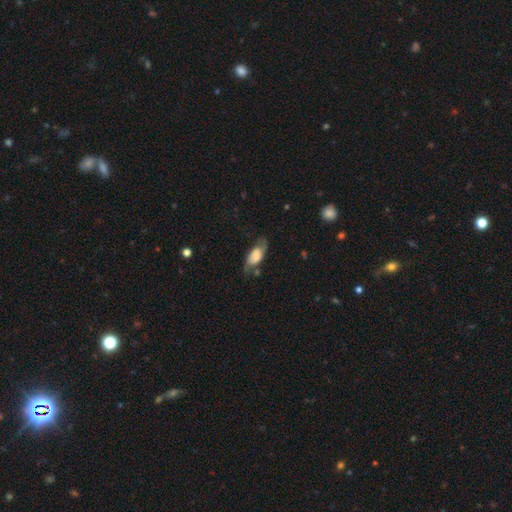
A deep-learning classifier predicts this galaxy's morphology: Q: Smooth or featured?
A: smooth (58%); runner-up: featured or disk (34%)
Q: How rounded?
A: in between (86%); runner-up: cigar-shaped (10%)
Q: Merging?
A: none (50%); runner-up: minor disturbance (29%)